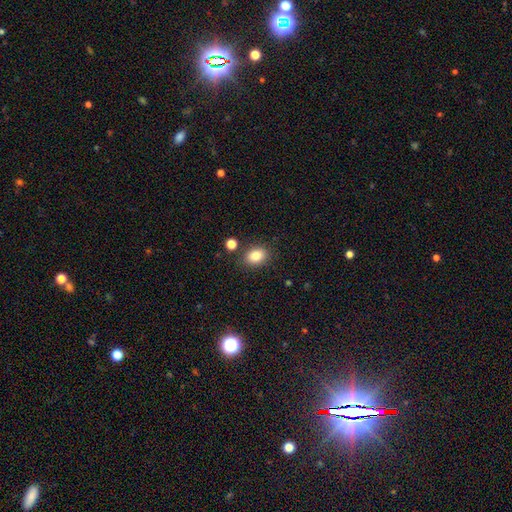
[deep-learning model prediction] Smooth or featured?
  - smooth: 85% *
  - star or artifact: 10%
  - featured or disk: 6%
How rounded?
  - in between: 71% *
  - round: 28%
  - cigar-shaped: 1%
Merging?
  - none: 82% *
  - minor disturbance: 10%
  - merger: 4%
  - major disturbance: 3%